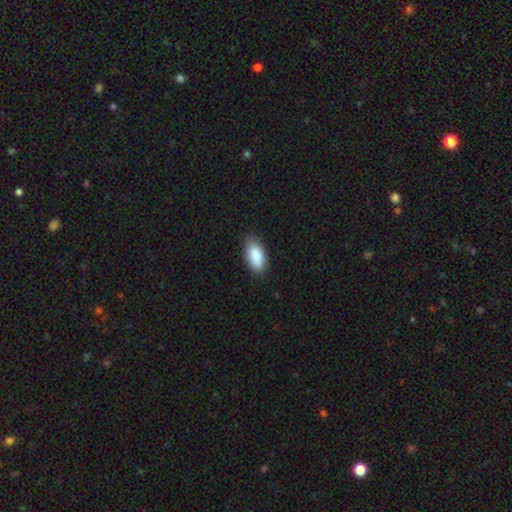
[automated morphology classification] This is clearly a smooth galaxy (90%). How rounded: clearly in between (92%). Merging: clearly none (84%).